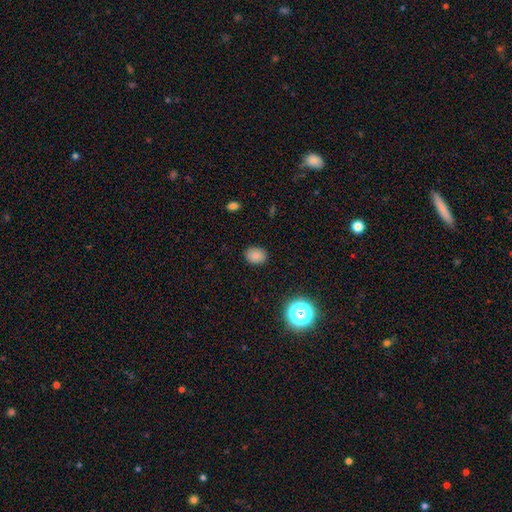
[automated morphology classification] A smooth galaxy with no disk features (83%) that is in between round and cigar-shaped (58%).

Vote fractions:
- Smooth or featured? smooth: 83% / star or artifact: 12% / featured or disk: 5%
- How rounded? in between: 58% / round: 41% / cigar-shaped: 1%
- Merging? none: 87% / minor disturbance: 10% / major disturbance: 2% / merger: 1%